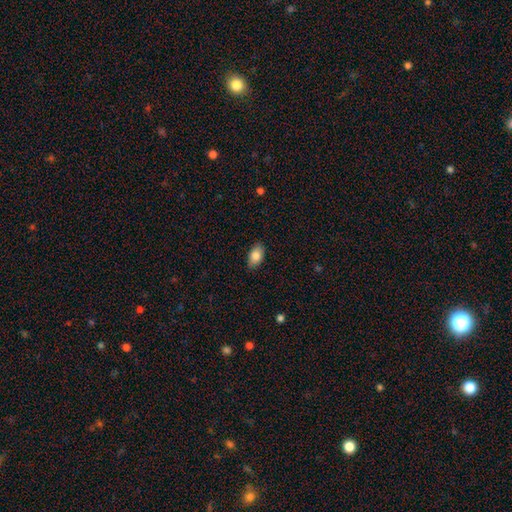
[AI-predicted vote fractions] A smooth galaxy with no disk features (83%) that is in between round and cigar-shaped (92%).

Vote fractions:
- Smooth or featured? smooth: 83% / featured or disk: 9% / star or artifact: 7%
- How rounded? in between: 92% / round: 6% / cigar-shaped: 2%
- Merging? none: 87% / minor disturbance: 10% / major disturbance: 2% / merger: 1%